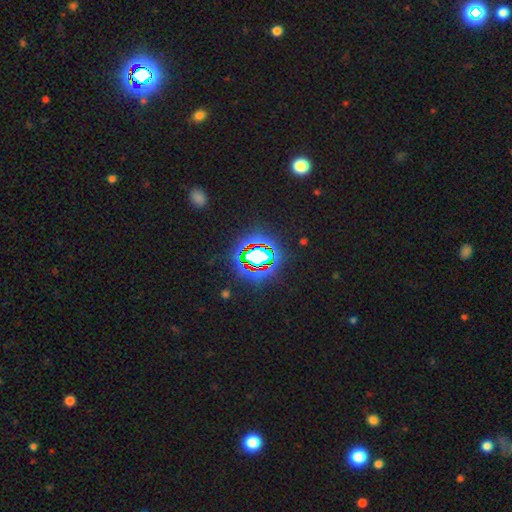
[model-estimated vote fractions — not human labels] Smooth or featured? Predicted: star or artifact (p=0.73).